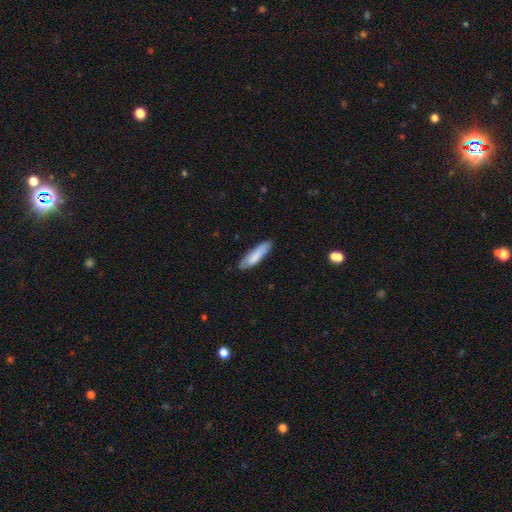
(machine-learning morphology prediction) smooth_or_featured: smooth (p=0.80) [alt: featured or disk p=0.15]
how_rounded: cigar-shaped (p=0.67) [alt: in between p=0.32]
merging: none (p=0.77) [alt: minor disturbance p=0.18]